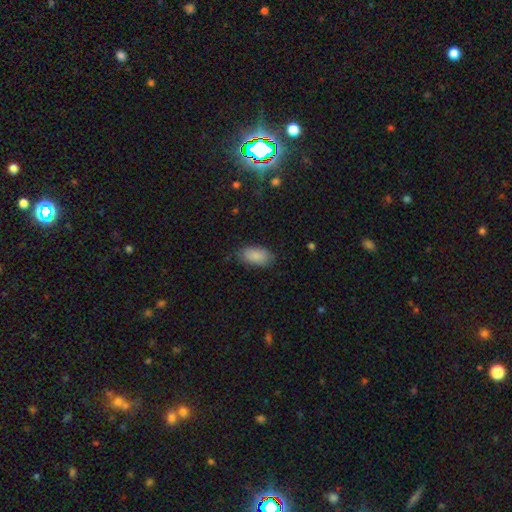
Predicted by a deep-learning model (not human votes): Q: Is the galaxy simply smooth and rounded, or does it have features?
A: smooth — 88%.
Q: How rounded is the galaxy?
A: in between — 94%.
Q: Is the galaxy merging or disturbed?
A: none — 79%.